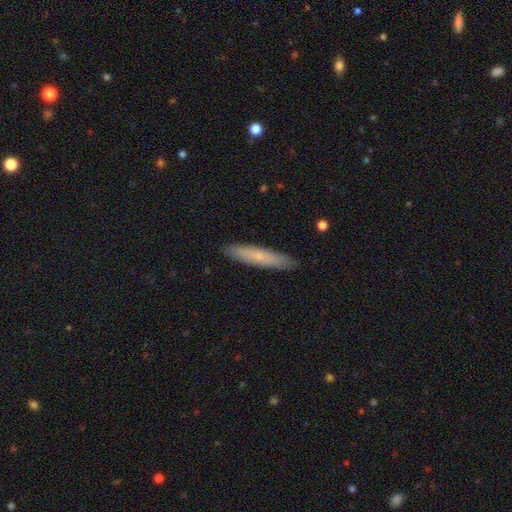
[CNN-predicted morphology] Smooth or featured? Predicted: smooth (p=0.65). How rounded? Predicted: cigar-shaped (p=0.90). Merging? Predicted: none (p=0.90).